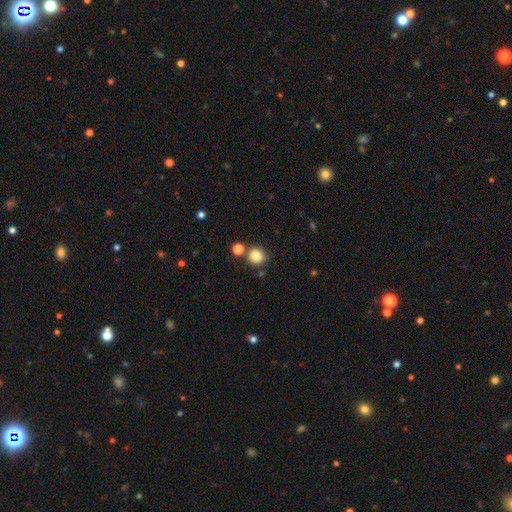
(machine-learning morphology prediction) Smooth or featured? Predicted: smooth (p=0.83). How rounded? Predicted: round (p=0.90). Merging? Predicted: none (p=0.78).